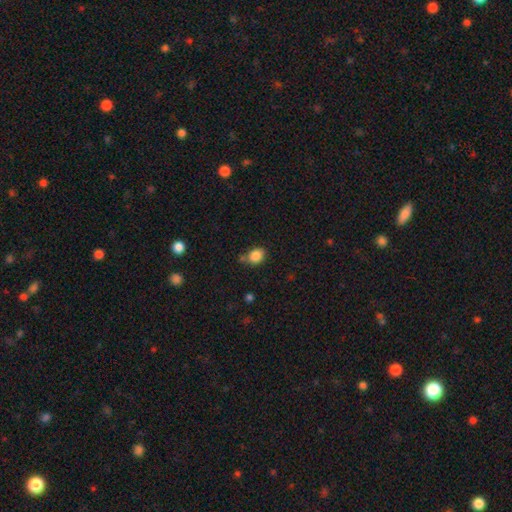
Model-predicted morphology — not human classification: Smooth or featured: smooth — 86% (star or artifact — 9%)
How rounded: in between — 53% (round — 46%)
Merging: none — 68% (minor disturbance — 16%)